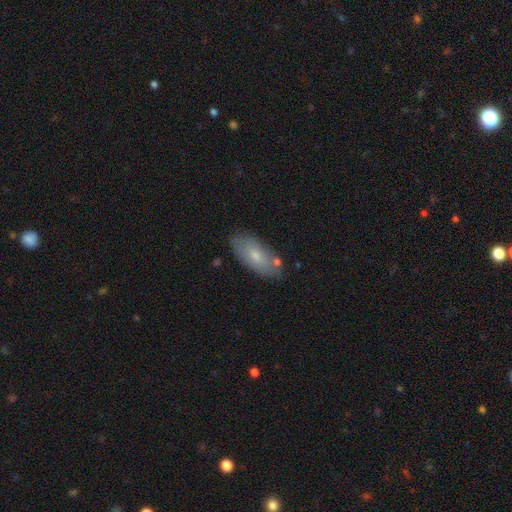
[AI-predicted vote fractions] Overall: smooth (68%). How rounded: in between (88%). Merging: none (76%).